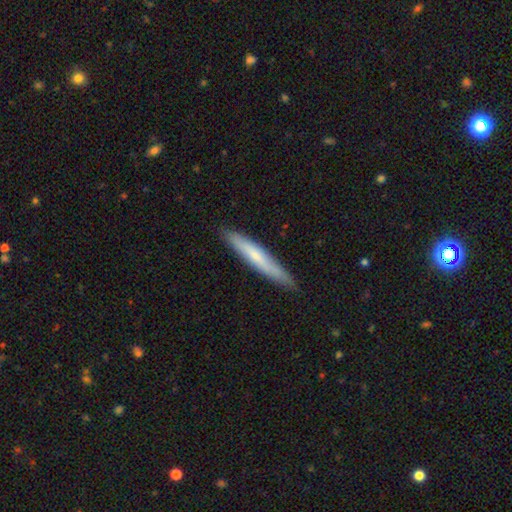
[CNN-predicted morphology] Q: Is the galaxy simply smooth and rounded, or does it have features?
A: smooth — 60%.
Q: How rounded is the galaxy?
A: cigar-shaped — 94%.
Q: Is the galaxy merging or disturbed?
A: none — 88%.